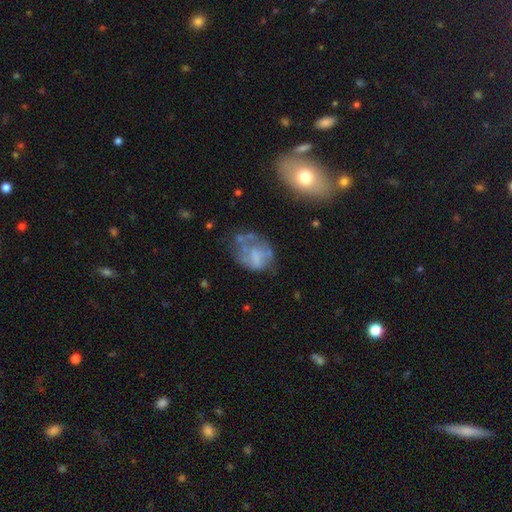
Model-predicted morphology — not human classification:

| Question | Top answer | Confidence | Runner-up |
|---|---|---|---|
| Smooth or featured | featured or disk | 51% | smooth (38%) |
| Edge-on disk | no | 97% | yes (3%) |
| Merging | none | 36% | major disturbance (30%) |